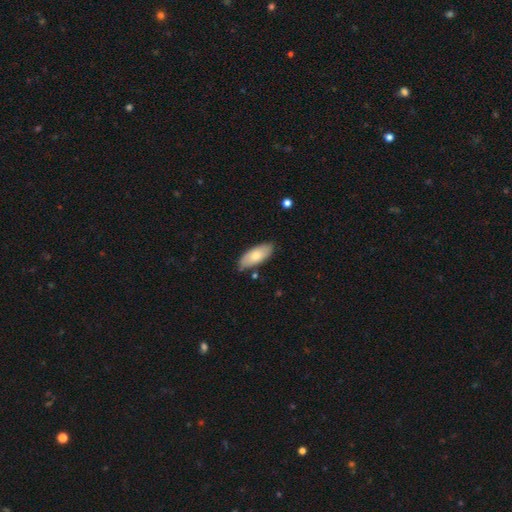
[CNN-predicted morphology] This is likely a smooth galaxy (75%). How rounded: clearly in between (86%). Merging: clearly none (81%).